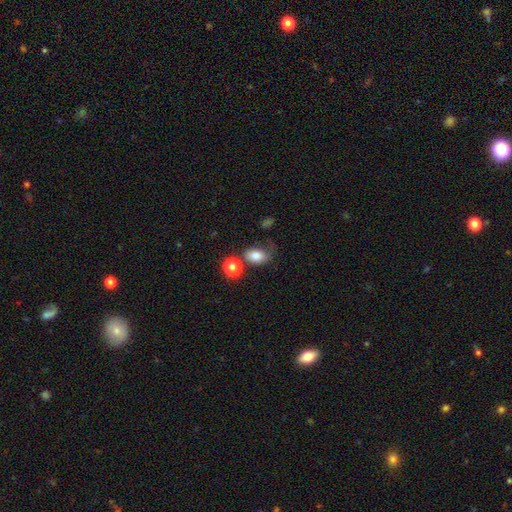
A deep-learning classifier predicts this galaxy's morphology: A smooth galaxy with no disk features (79%) that is in between round and cigar-shaped (76%). Merging: none (48%).